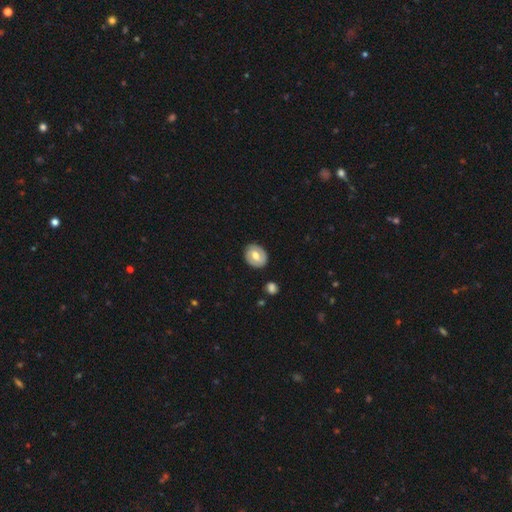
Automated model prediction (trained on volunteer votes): The model was most divided on "smooth or featured": smooth: 52%, featured or disk: 42%, star or artifact: 6%. More confident: merging — none (85%); how rounded — round (55%).